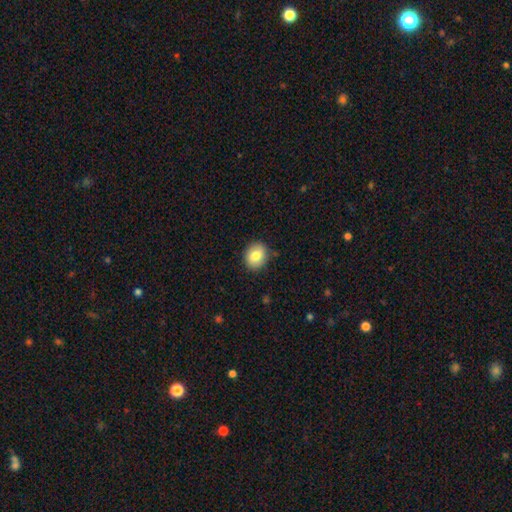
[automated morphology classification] Smooth or featured?
  - smooth: 82% *
  - featured or disk: 10%
  - star or artifact: 8%
How rounded?
  - round: 62% *
  - in between: 37%
  - cigar-shaped: 1%
Merging?
  - none: 86% *
  - minor disturbance: 10%
  - major disturbance: 2%
  - merger: 1%